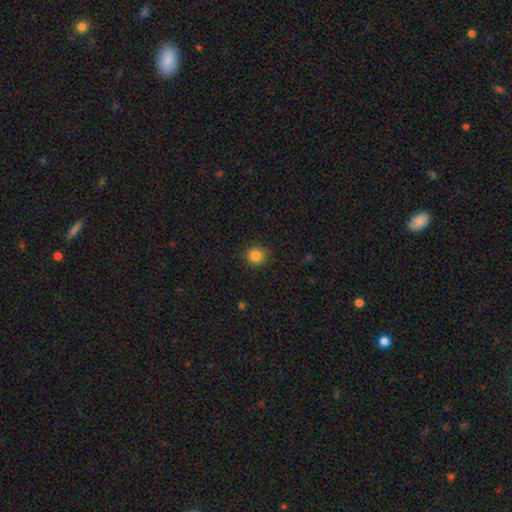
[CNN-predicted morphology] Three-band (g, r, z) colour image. It shows a smooth galaxy with no disk features (84%) that is round (89%). Merging: none (88%).